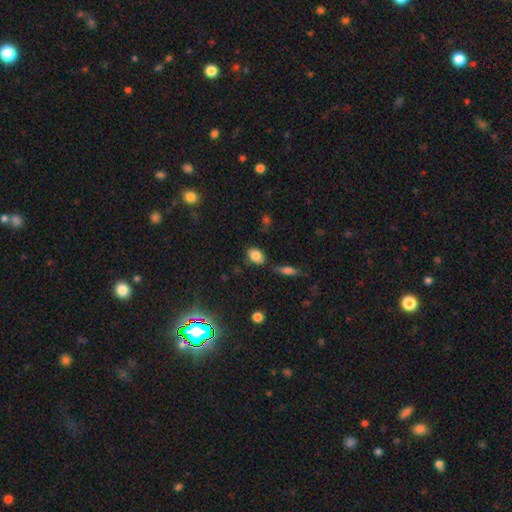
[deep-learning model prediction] A smooth galaxy with no disk features (83%) that is in between round and cigar-shaped (81%). Merging: none (72%).